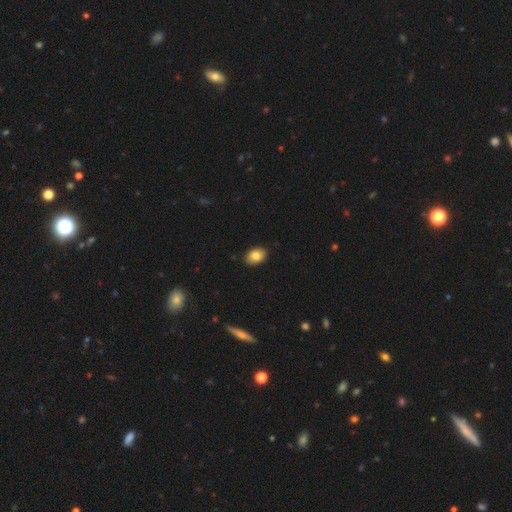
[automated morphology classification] A smooth galaxy with no disk features (84%) that is in between round and cigar-shaped (80%). Merging: none (89%).